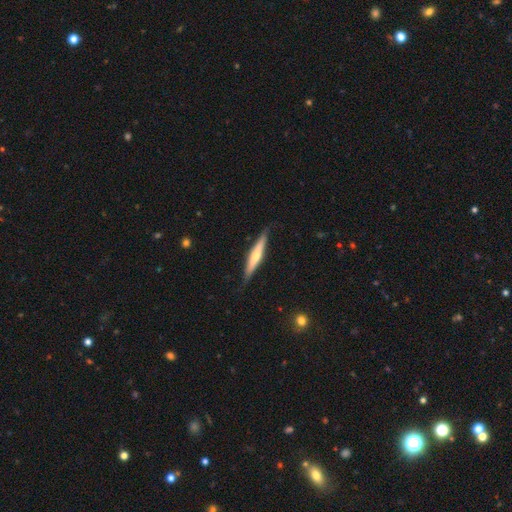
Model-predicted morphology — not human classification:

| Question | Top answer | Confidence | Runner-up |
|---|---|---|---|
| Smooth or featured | featured or disk | 58% | smooth (37%) |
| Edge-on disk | yes | 95% | no (5%) |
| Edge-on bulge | rounded | 75% | none (17%) |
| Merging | none | 84% | minor disturbance (13%) |